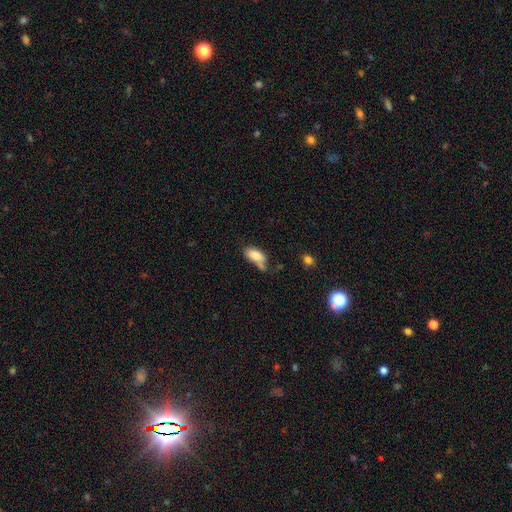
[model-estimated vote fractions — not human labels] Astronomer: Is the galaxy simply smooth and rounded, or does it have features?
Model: smooth — 80%.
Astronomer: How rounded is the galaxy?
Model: in between — 89%.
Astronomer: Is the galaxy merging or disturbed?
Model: none — 35% (runner-up: minor disturbance, 28%).